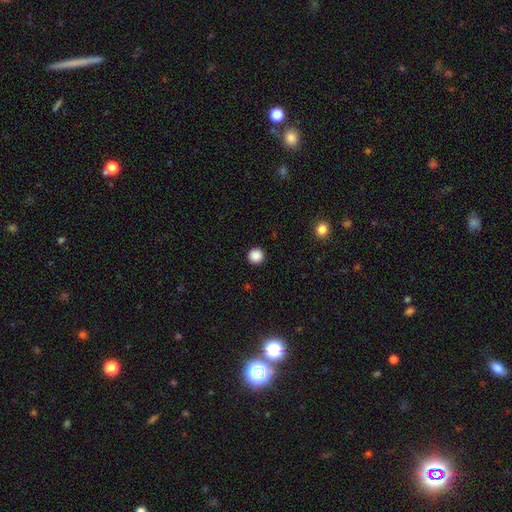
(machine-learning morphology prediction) A smooth galaxy with no disk features (88%) that is round (96%). Merging: none (93%).